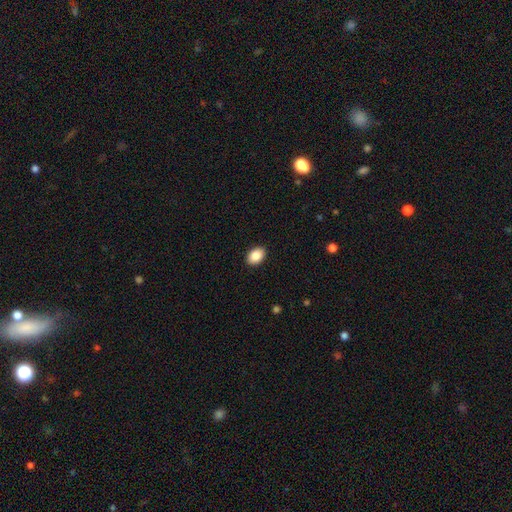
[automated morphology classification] This is clearly a smooth galaxy (88%). How rounded: clearly in between (83%). Merging: clearly none (90%).